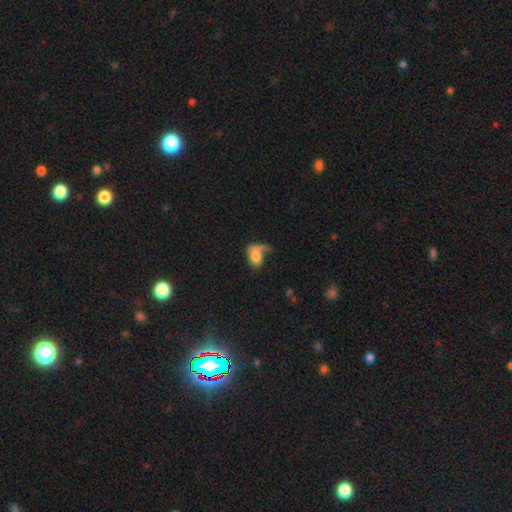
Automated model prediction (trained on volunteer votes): Smooth or featured: smooth — 62% (featured or disk — 29%)
How rounded: in between — 75% (round — 22%)
Merging: major disturbance — 42% (none — 26%)